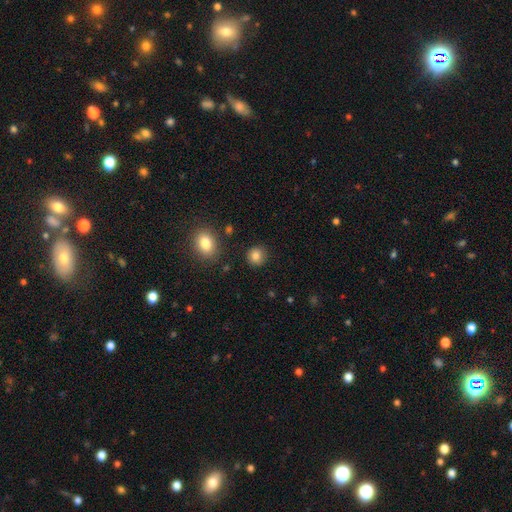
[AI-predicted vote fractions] Smooth or featured? Predicted: smooth (p=0.84). How rounded? Predicted: round (p=0.88). Merging? Predicted: none (p=0.88).